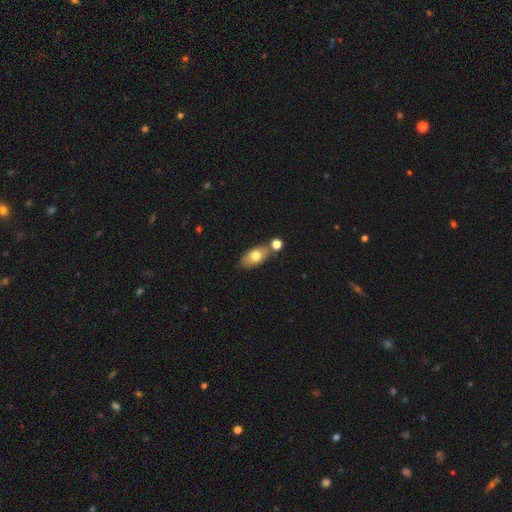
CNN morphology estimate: Smooth or featured? Predicted: smooth (p=0.72). How rounded? Predicted: in between (p=0.87). Merging? Predicted: none (p=0.60).